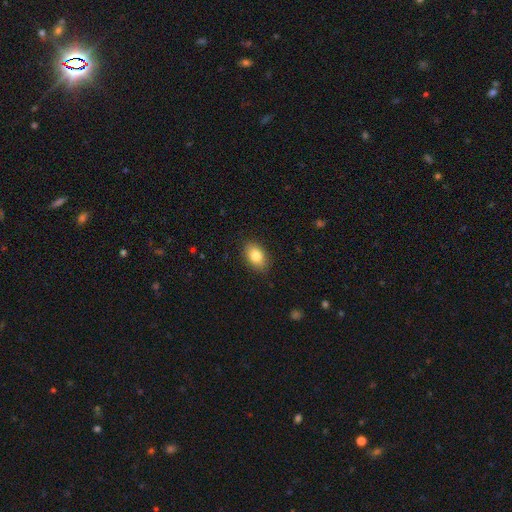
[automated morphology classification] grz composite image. It shows a smooth galaxy with no disk features (83%) that is in between round and cigar-shaped (86%). Merging: none (87%).